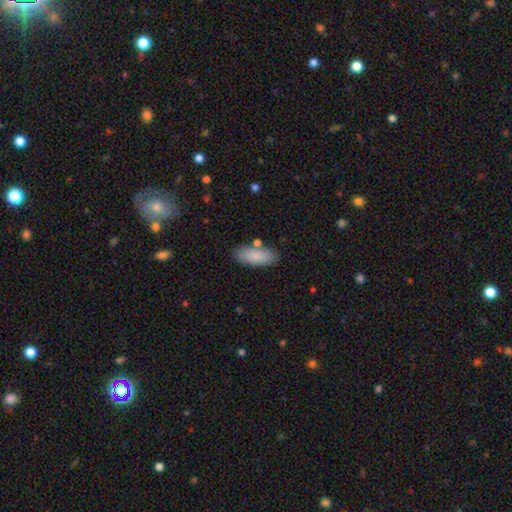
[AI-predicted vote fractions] Smooth or featured? Predicted: smooth (p=0.86). How rounded? Predicted: in between (p=0.76). Merging? Predicted: none (p=0.78).